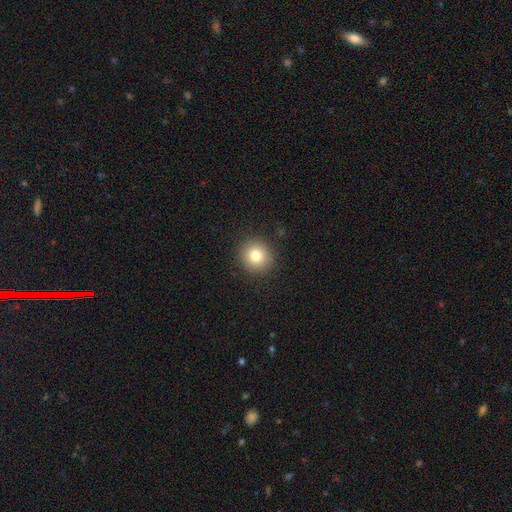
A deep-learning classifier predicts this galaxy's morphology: Overall: smooth (80%). How rounded: round (91%). Merging: none (91%).